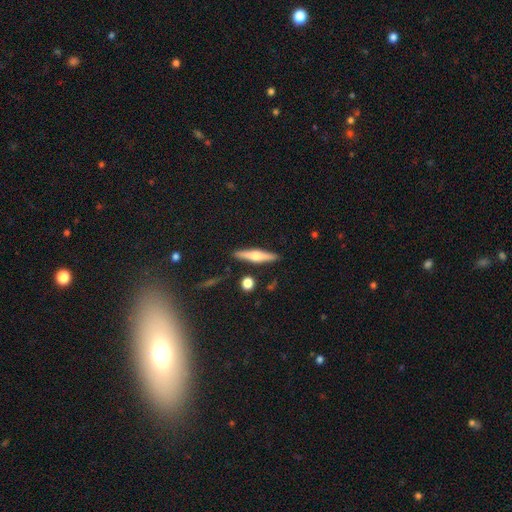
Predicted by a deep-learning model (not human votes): Smooth or featured? featured or disk (53%)
Edge-on disk? yes (95%)
Edge-on bulge? rounded (89%)
Merging? none (88%)